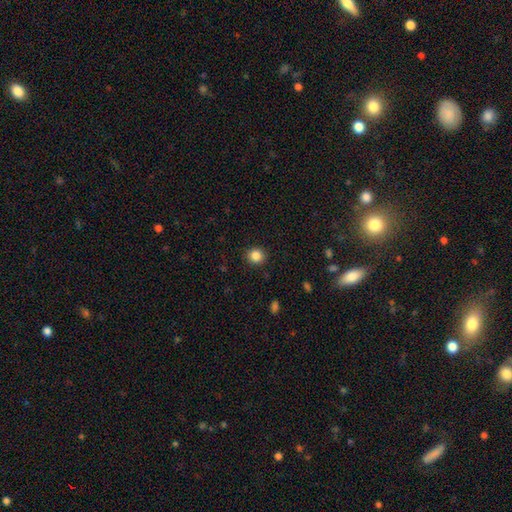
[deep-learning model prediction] Smooth or featured? Predicted: smooth (p=0.85). How rounded? Predicted: round (p=0.89). Merging? Predicted: none (p=0.91).